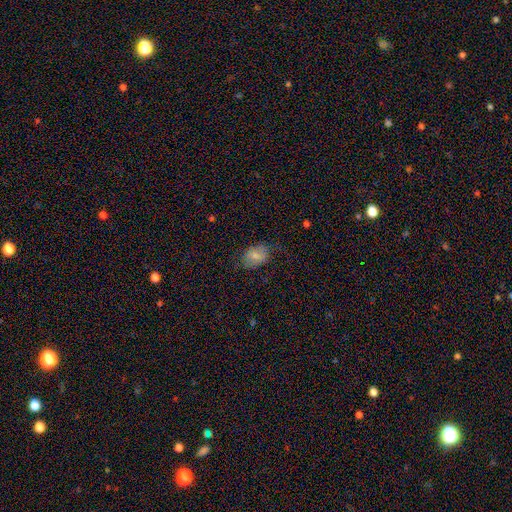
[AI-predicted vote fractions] smooth 75%, featured or disk 17%, star or artifact 9%. Down the decision tree: how rounded — in between (79%); merging — none (68%).